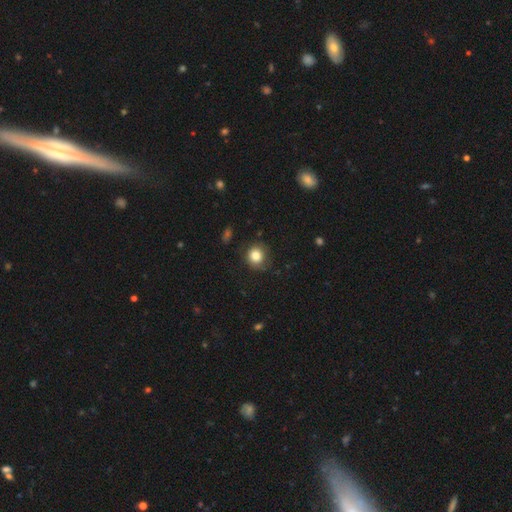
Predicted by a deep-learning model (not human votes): Overall: smooth (83%). How rounded: round (87%). Merging: none (78%).